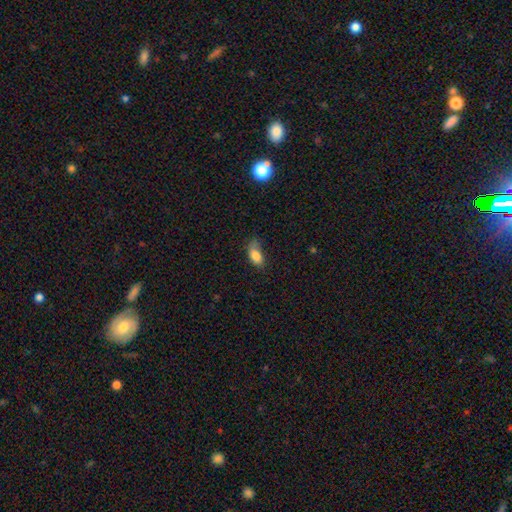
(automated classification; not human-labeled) smooth_or_featured: smooth (p=0.81) [alt: featured or disk p=0.10]
how_rounded: in between (p=0.90) [alt: round p=0.06]
merging: none (p=0.42) [alt: minor disturbance p=0.35]